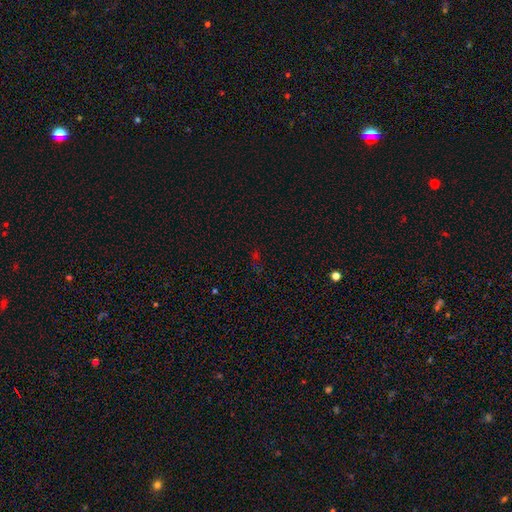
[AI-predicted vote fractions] smooth_or_featured: star or artifact (p=0.65) [alt: smooth p=0.27]